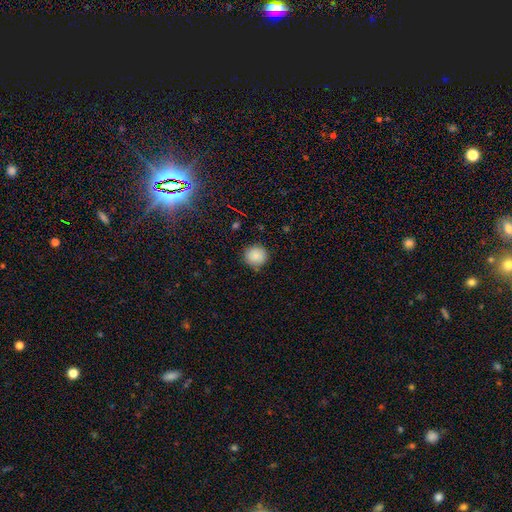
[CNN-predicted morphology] A smooth galaxy with no disk features (86%) that is round (93%).

Vote fractions:
- Smooth or featured? smooth: 86% / star or artifact: 9% / featured or disk: 4%
- How rounded? round: 93% / in between: 6% / cigar-shaped: 1%
- Merging? none: 87% / minor disturbance: 10% / major disturbance: 2% / merger: 2%